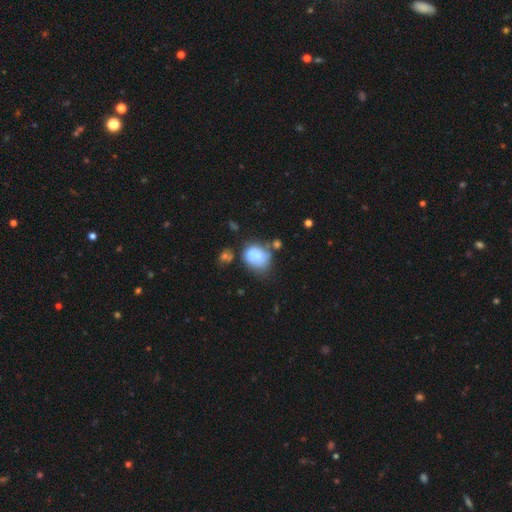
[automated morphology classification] type=smooth (72%); roundness=round (52%); merging=none (39%).